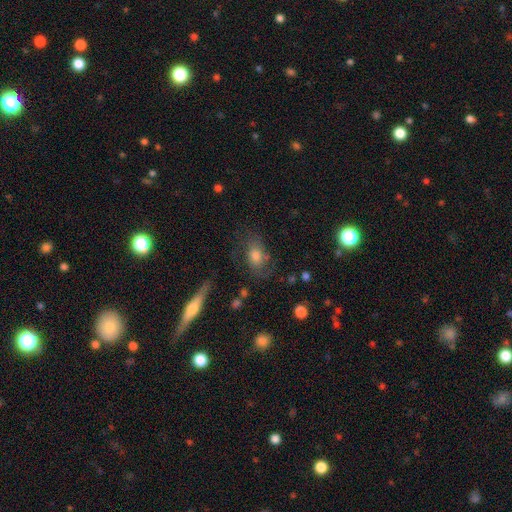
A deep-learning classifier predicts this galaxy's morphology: Smooth or featured: featured or disk — 44% (smooth — 43%)
Merging: none — 63% (minor disturbance — 20%)